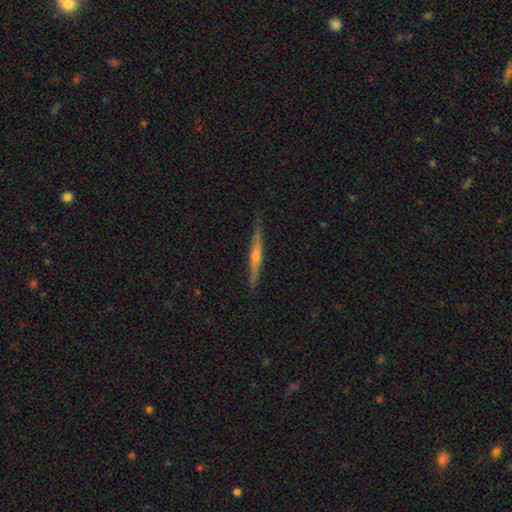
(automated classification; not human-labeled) Smooth or featured: featured or disk — 70% (smooth — 24%)
Edge-on disk: yes — 98% (no — 2%)
Edge-on bulge: rounded — 74% (none — 20%)
Merging: none — 89% (minor disturbance — 8%)